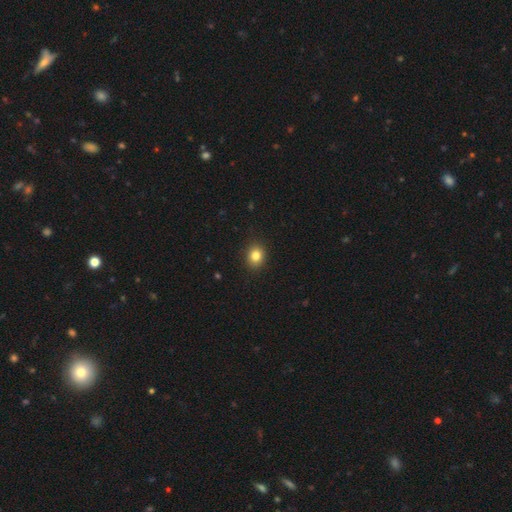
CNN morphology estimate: Smooth or featured? Predicted: smooth (p=0.83). How rounded? Predicted: round (p=0.64). Merging? Predicted: none (p=0.90).